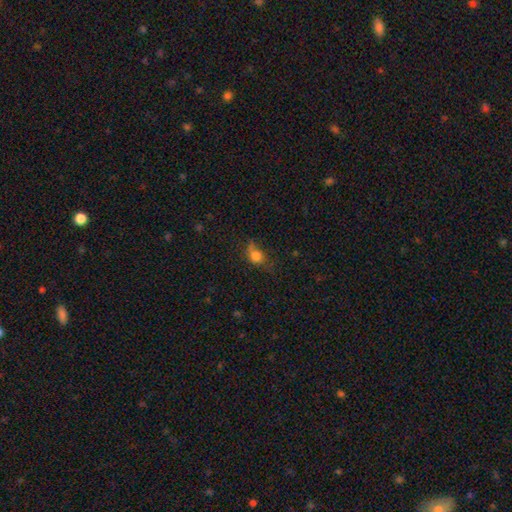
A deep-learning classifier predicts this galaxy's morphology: This appears to be a smooth galaxy with no disk features (77%) that is round (54%). Merging: none (46%).